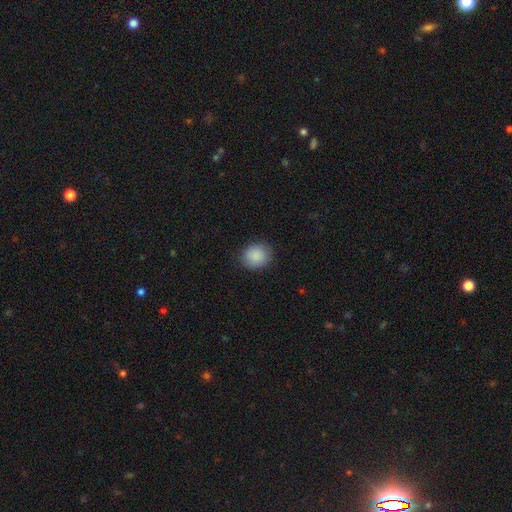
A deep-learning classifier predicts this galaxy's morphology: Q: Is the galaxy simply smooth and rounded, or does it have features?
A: smooth — 89%.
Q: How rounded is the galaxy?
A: round — 76%.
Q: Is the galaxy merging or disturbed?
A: none — 86%.